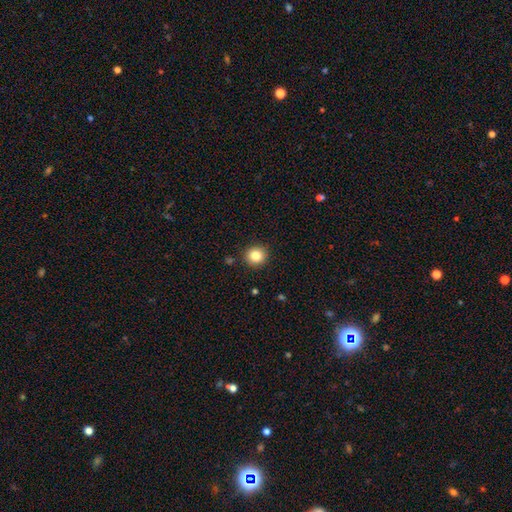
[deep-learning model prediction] This is clearly a smooth galaxy (84%). How rounded: clearly round (88%). Merging: clearly none (89%).